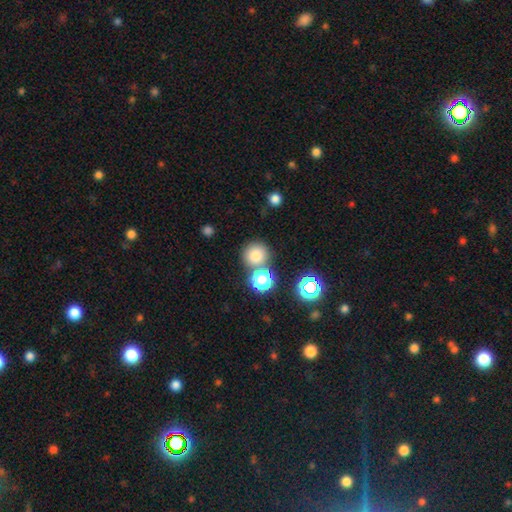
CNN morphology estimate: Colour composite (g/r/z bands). It shows a smooth galaxy with no disk features (75%) that is round (91%). Merging: none (68%).